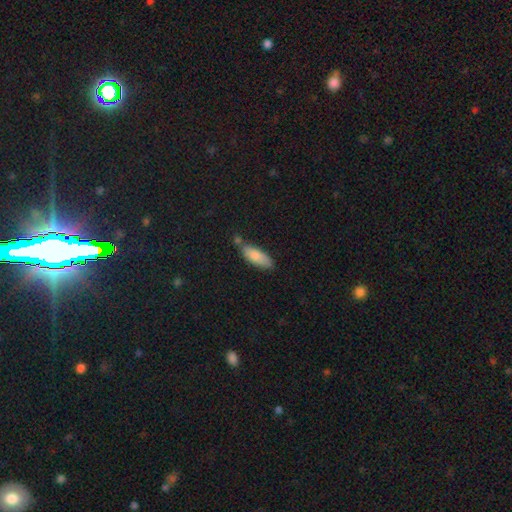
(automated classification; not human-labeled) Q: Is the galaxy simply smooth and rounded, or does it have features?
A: smooth — 84%.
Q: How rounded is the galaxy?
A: in between — 66%.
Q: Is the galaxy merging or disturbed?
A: none — 62%.